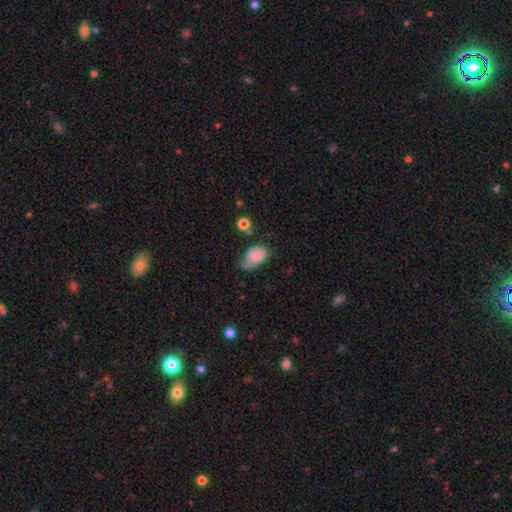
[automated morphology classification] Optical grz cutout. It shows a smooth galaxy with no disk features (78%) that is in between round and cigar-shaped (85%). Merging: minor disturbance (44%).